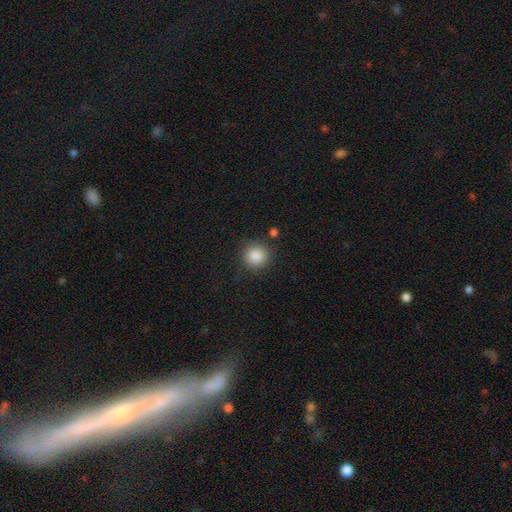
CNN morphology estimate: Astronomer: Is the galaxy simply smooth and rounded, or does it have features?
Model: smooth — 87%.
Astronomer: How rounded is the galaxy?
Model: round — 91%.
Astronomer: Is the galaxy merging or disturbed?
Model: none — 84%.